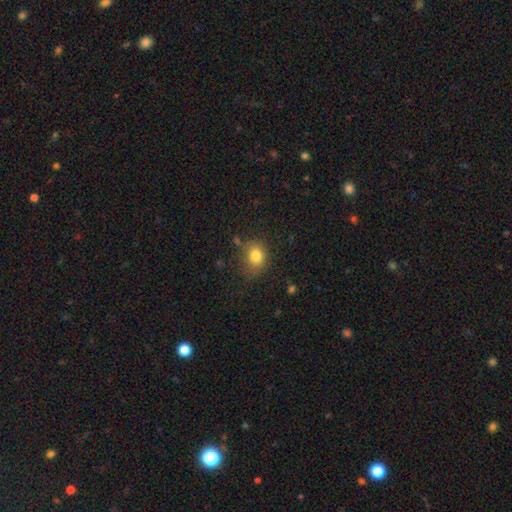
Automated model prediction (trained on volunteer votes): Morphology: type=smooth (80%); roundness=round (54%); merging=none (69%).